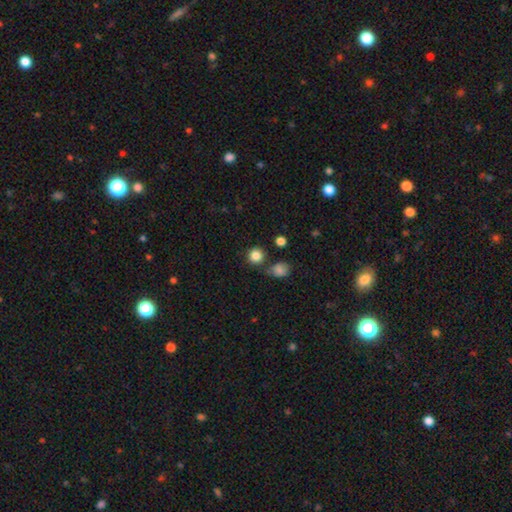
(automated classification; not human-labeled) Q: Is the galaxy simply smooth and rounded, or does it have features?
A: smooth — 84%.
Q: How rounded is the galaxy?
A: round — 90%.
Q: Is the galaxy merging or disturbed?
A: none — 73%.